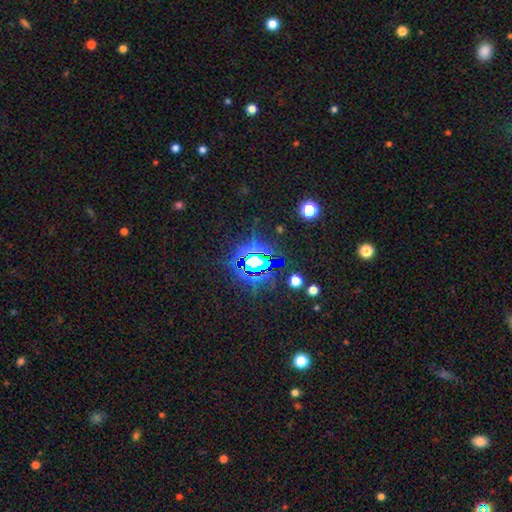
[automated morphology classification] This is likely a star or artifact rather than a galaxy (77%).